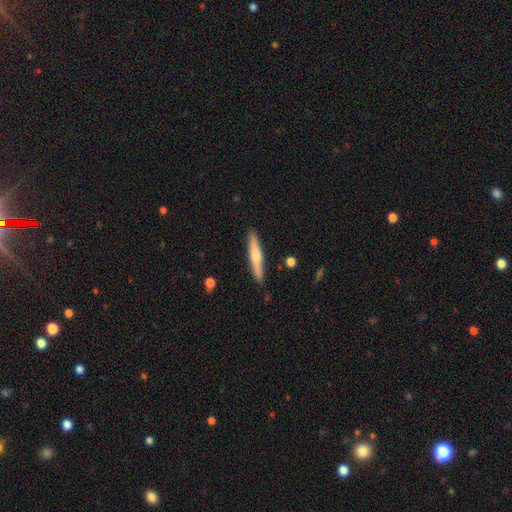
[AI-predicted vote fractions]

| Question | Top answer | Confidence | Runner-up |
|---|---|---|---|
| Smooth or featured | smooth | 53% | featured or disk (41%) |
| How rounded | cigar-shaped | 91% | in between (8%) |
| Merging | none | 89% | minor disturbance (8%) |